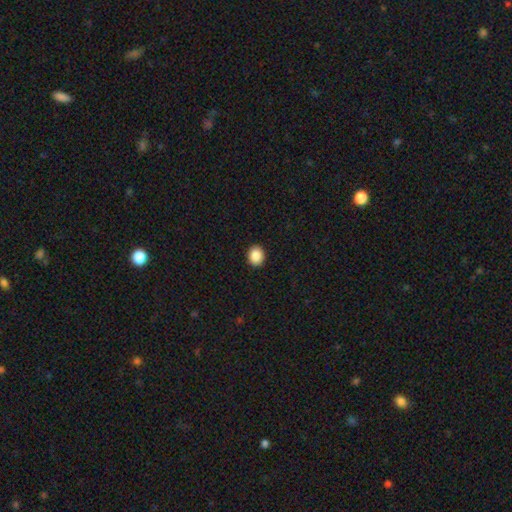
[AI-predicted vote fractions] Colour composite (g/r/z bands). It shows a smooth galaxy with no disk features (88%) that is round (68%). Merging: none (92%).